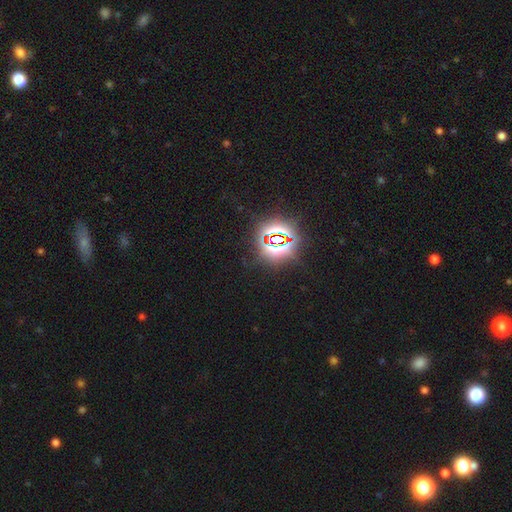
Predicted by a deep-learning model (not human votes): A star or artifact, not a galaxy (83%).